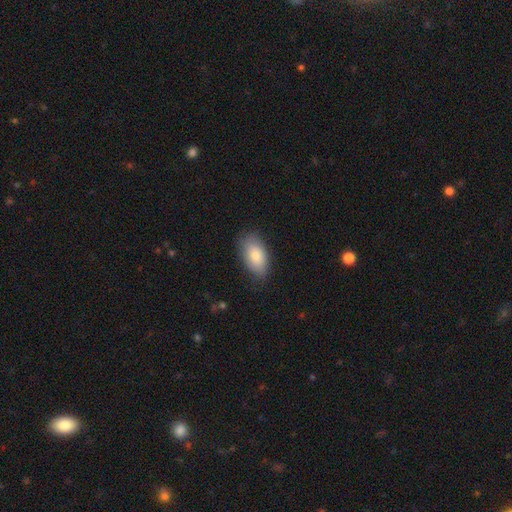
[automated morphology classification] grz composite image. It shows a smooth galaxy with no disk features (83%) that is in between round and cigar-shaped (94%). Merging: none (80%).